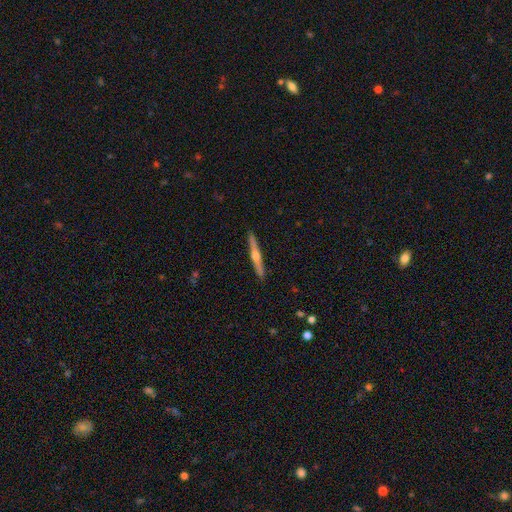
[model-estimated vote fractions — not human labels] A featured or disk galaxy (70%) viewed edge-on (98%) with a rounded central bulge (91%). Merging: none (92%).